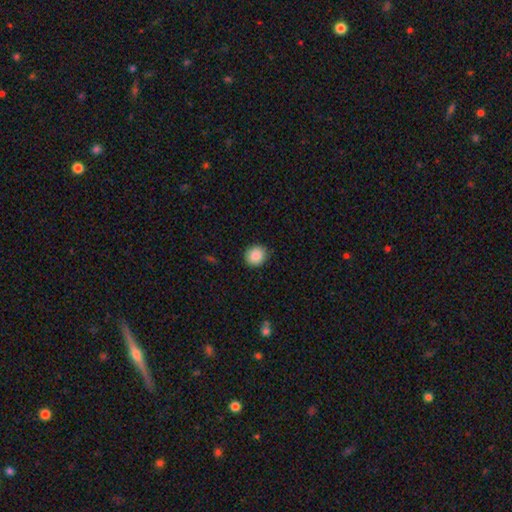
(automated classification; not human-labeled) smooth-or-featured: smooth: 88% | star or artifact: 8% | featured or disk: 4%
  how-rounded: round: 86% | in between: 13% | cigar-shaped: 1%
  merging: none: 89% | minor disturbance: 8% | major disturbance: 2% | merger: 1%